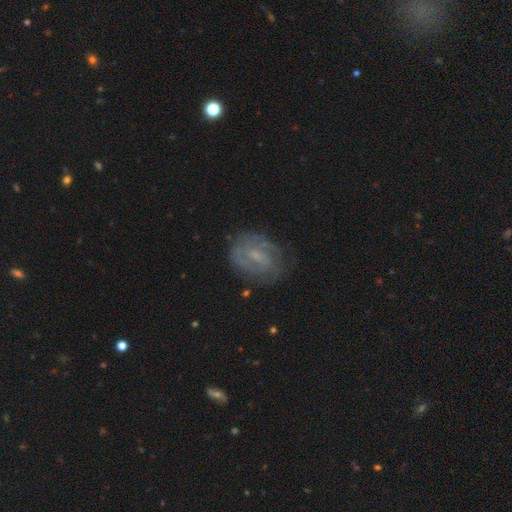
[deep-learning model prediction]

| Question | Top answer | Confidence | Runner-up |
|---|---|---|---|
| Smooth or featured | featured or disk | 74% | smooth (18%) |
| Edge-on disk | no | 97% | yes (3%) |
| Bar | weak | 55% | no (32%) |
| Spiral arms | yes | 87% | no (13%) |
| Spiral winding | tight | 48% | medium (39%) |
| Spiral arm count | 2 | 54% | can't tell (28%) |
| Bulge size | small | 49% | moderate (25%) |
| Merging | none | 72% | minor disturbance (18%) |